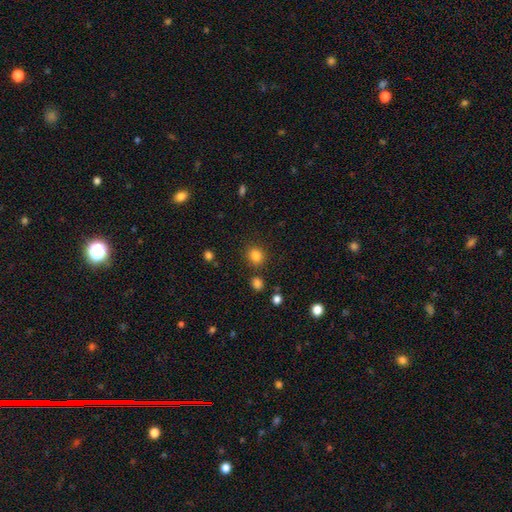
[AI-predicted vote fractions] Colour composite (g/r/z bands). It shows a smooth galaxy with no disk features (83%) that is round (75%). Merging: none (82%).